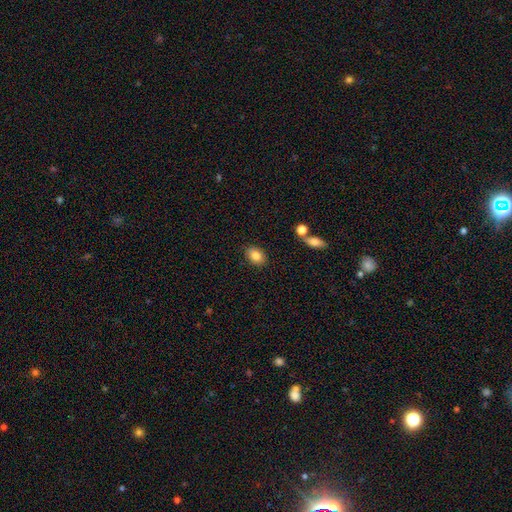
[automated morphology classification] Q: Smooth or featured?
A: smooth (83%); runner-up: featured or disk (9%)
Q: How rounded?
A: in between (76%); runner-up: round (23%)
Q: Merging?
A: none (86%); runner-up: minor disturbance (9%)